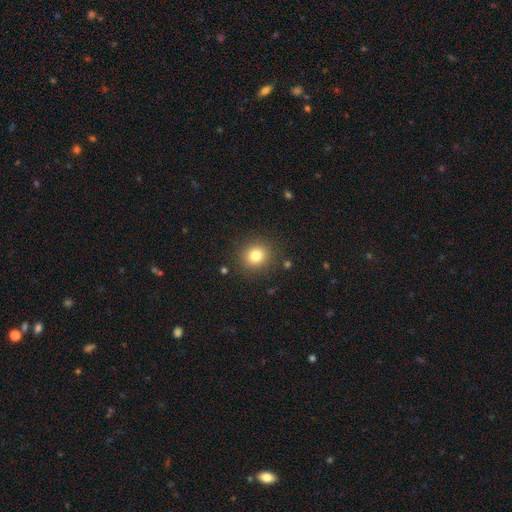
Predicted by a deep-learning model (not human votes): Smooth or featured?
  - smooth: 80% *
  - star or artifact: 12%
  - featured or disk: 7%
How rounded?
  - round: 88% *
  - in between: 11%
  - cigar-shaped: 1%
Merging?
  - none: 88% *
  - minor disturbance: 7%
  - major disturbance: 3%
  - merger: 2%